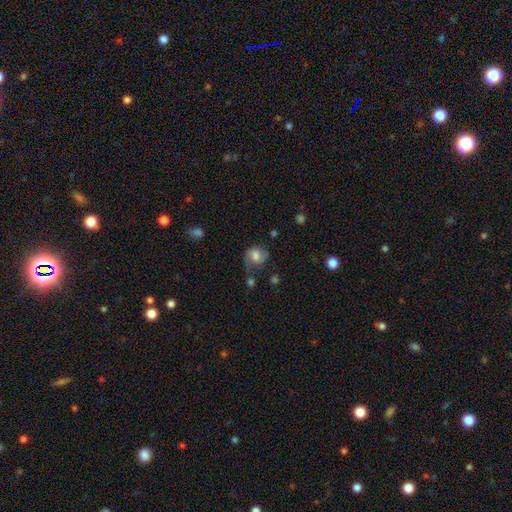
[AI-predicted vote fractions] smooth_or_featured: smooth (p=0.48) [alt: featured or disk p=0.43]
merging: none (p=0.51) [alt: minor disturbance p=0.25]